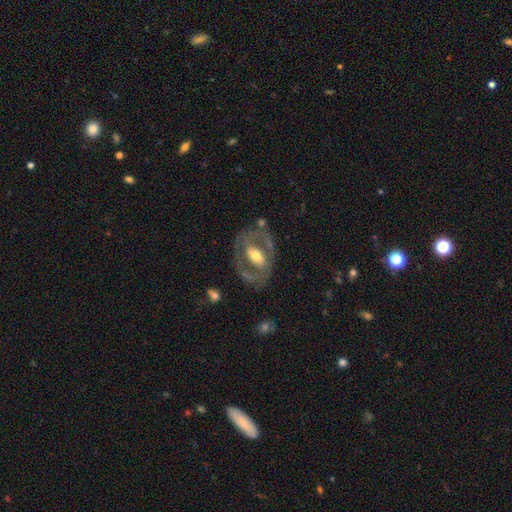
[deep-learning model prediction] Smooth or featured? Predicted: featured or disk (p=0.72). Edge-on disk? Predicted: no (p=0.93). Bar? Predicted: strong (p=0.37). Spiral arms? Predicted: no (p=0.54). Bulge size? Predicted: moderate (p=0.63). Merging? Predicted: none (p=0.67).